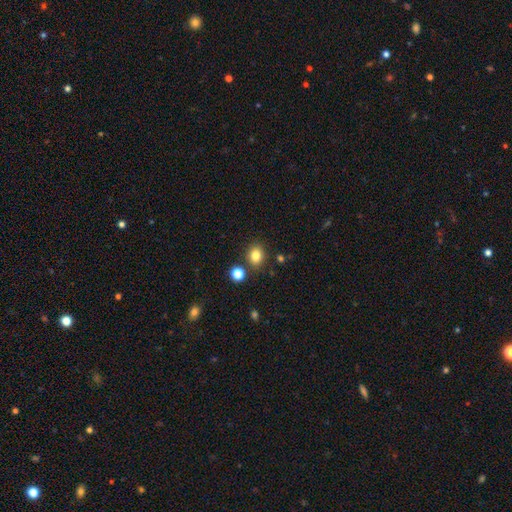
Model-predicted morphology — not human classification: smooth 82%, star or artifact 12%, featured or disk 6%. Down the decision tree: how rounded — round (55%); merging — none (81%).